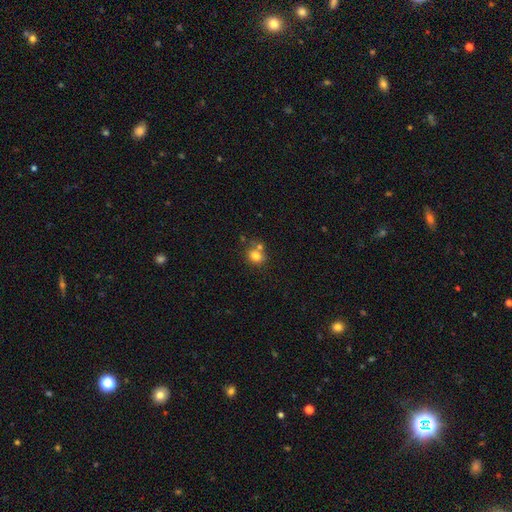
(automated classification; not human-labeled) Smooth or featured? smooth (78%)
How rounded? round (72%)
Merging? none (55%)